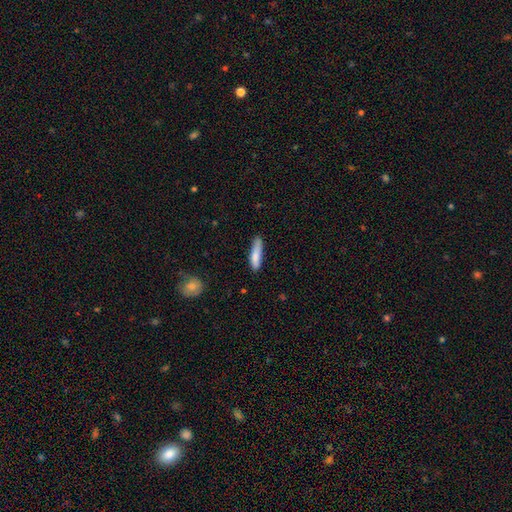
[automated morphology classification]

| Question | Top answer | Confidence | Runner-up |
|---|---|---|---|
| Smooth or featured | smooth | 82% | featured or disk (12%) |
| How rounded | cigar-shaped | 78% | in between (21%) |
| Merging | none | 76% | minor disturbance (19%) |